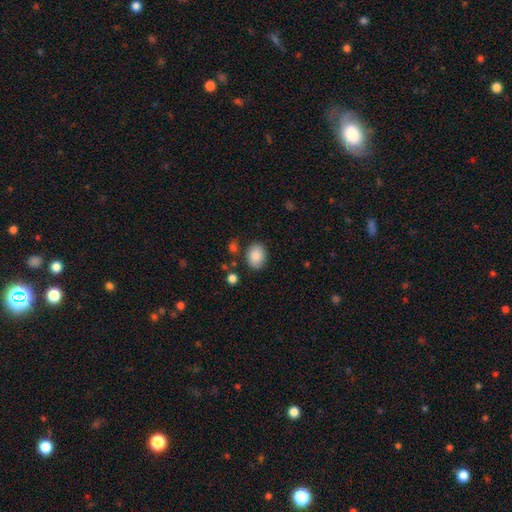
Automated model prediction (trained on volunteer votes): smooth 88%, star or artifact 7%, featured or disk 5%. Down the decision tree: how rounded — in between (70%); merging — none (82%).